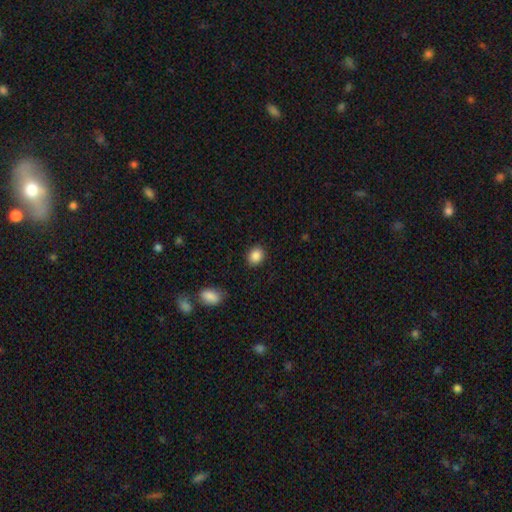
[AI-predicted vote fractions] A smooth galaxy with no disk features (87%) that is round (56%). Merging: none (88%).